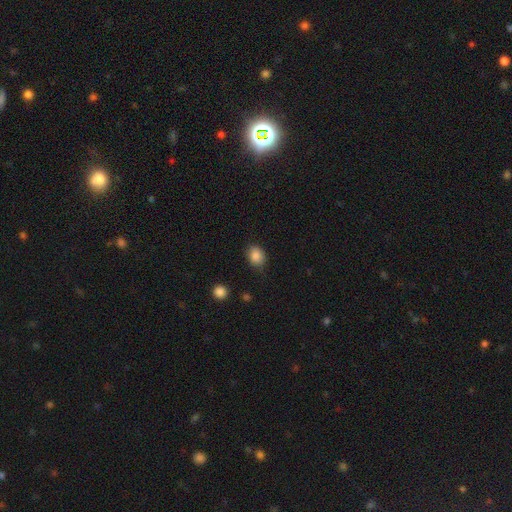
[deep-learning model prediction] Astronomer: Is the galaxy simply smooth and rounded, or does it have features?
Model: smooth — 86%.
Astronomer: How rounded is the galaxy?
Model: in between — 51% (runner-up: round, 48%).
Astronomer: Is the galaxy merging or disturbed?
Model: none — 79%.